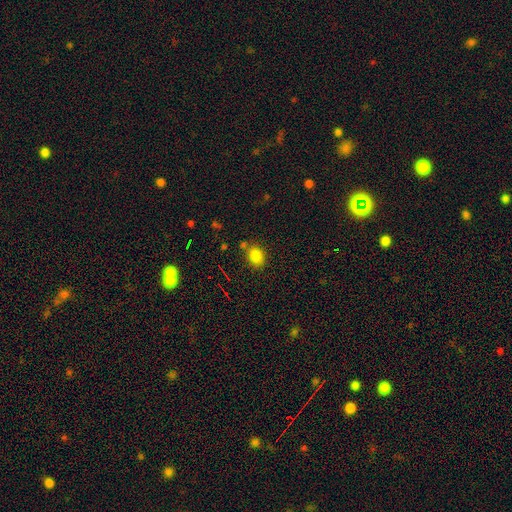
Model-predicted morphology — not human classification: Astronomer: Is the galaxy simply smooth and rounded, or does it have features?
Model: smooth — 82%.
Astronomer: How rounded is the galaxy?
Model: in between — 57% (runner-up: round, 42%).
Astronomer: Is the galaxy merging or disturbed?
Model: none — 75%.